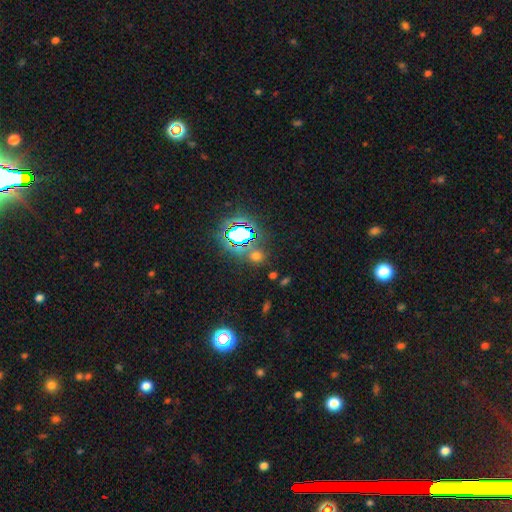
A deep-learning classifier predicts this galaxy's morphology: smooth_or_featured: star or artifact (p=0.47) [alt: smooth p=0.46]